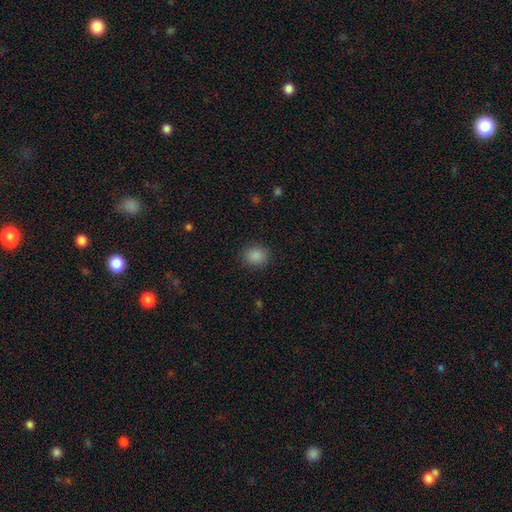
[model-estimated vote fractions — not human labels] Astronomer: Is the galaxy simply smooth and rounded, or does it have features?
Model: smooth — 87%.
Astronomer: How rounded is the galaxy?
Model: round — 65%.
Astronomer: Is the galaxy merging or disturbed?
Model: none — 87%.